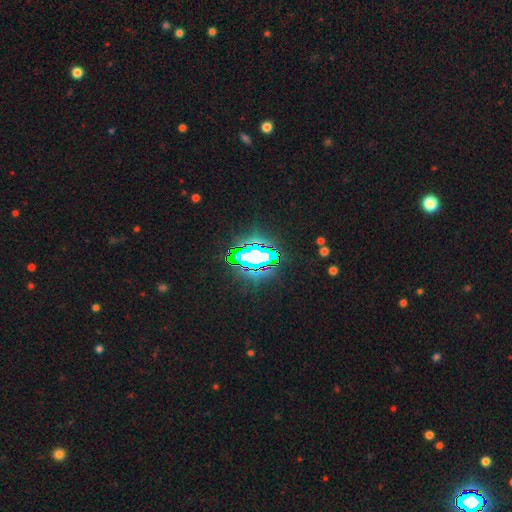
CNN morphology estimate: A star or artifact, not a galaxy (71%).